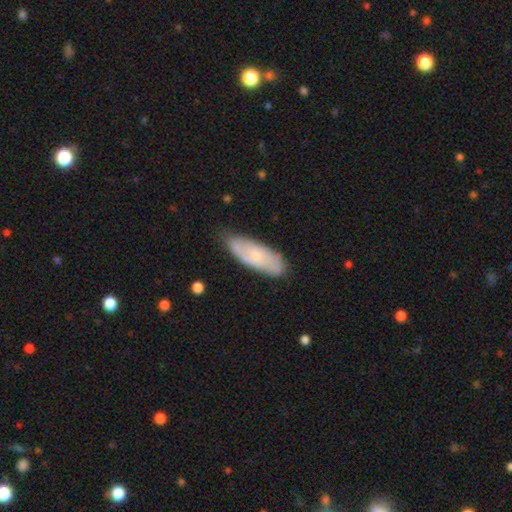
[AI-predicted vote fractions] Morphology: type=smooth (49%); merging=none (73%).